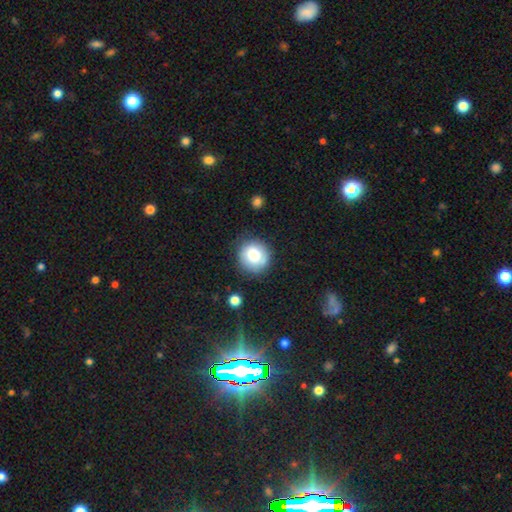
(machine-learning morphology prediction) Smooth or featured? smooth (78%)
How rounded? round (90%)
Merging? none (78%)